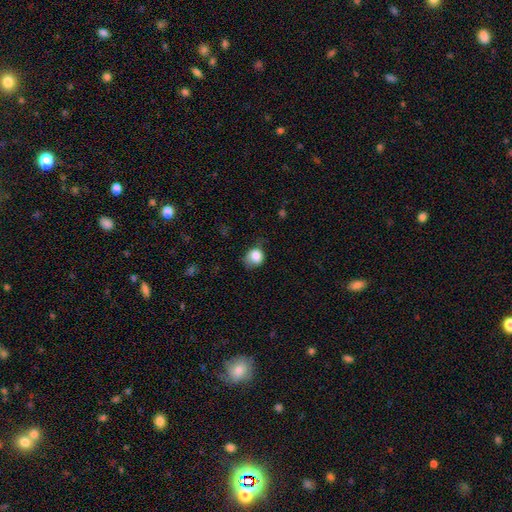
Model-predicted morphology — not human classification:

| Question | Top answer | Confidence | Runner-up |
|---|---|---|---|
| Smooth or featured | smooth | 84% | star or artifact (9%) |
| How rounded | round | 65% | in between (34%) |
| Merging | none | 43% | minor disturbance (39%) |